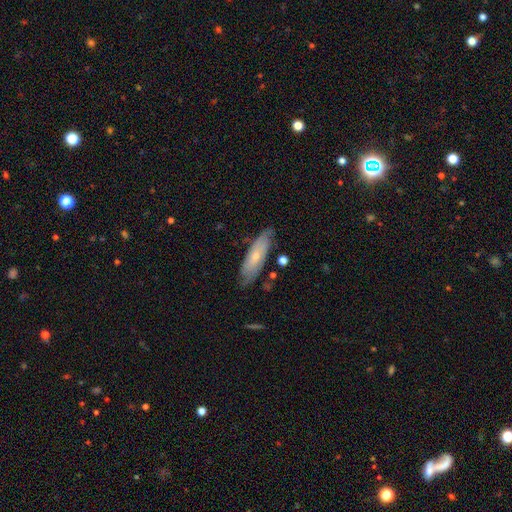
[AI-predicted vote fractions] This appears to be a smooth galaxy with no disk features (49%). Merging: none (76%).